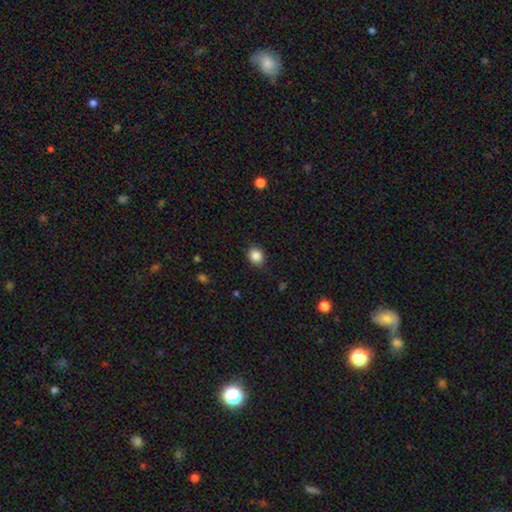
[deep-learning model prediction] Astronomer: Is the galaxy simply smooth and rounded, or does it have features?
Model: smooth — 87%.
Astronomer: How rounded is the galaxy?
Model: round — 68%.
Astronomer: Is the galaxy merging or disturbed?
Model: none — 84%.